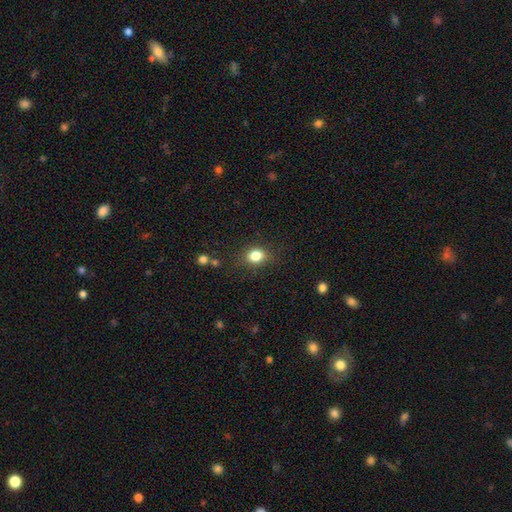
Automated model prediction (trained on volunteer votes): This appears to be a smooth galaxy with no disk features (83%) that is round (51%). Merging: none (80%).